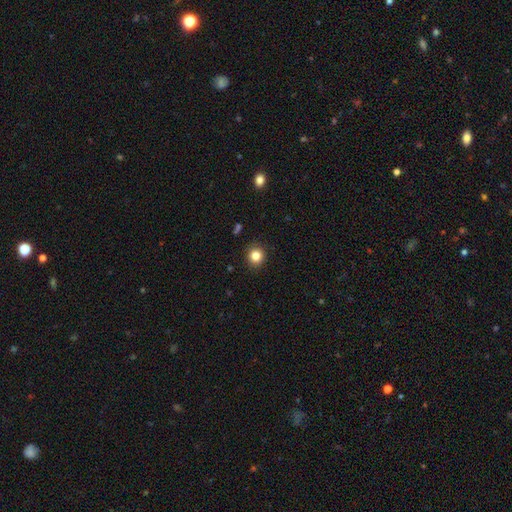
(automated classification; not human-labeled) Smooth or featured?
  - smooth: 83% *
  - star or artifact: 12%
  - featured or disk: 6%
How rounded?
  - round: 89% *
  - in between: 10%
  - cigar-shaped: 1%
Merging?
  - none: 91% *
  - minor disturbance: 6%
  - major disturbance: 2%
  - merger: 1%